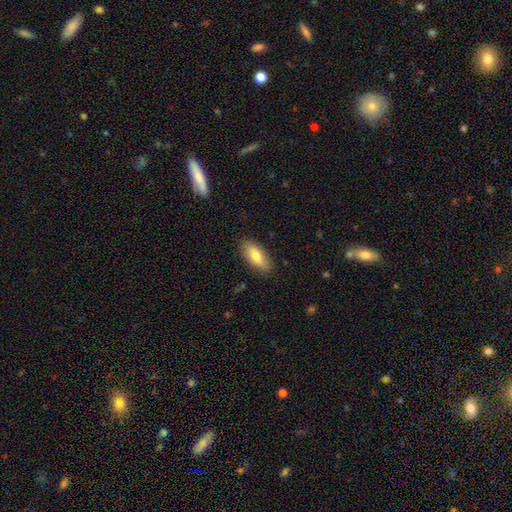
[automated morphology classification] A smooth galaxy with no disk features (79%) that is in between round and cigar-shaped (84%).

Vote fractions:
- Smooth or featured? smooth: 79% / featured or disk: 15% / star or artifact: 6%
- How rounded? in between: 84% / cigar-shaped: 13% / round: 2%
- Merging? none: 86% / minor disturbance: 11% / major disturbance: 2% / merger: 1%